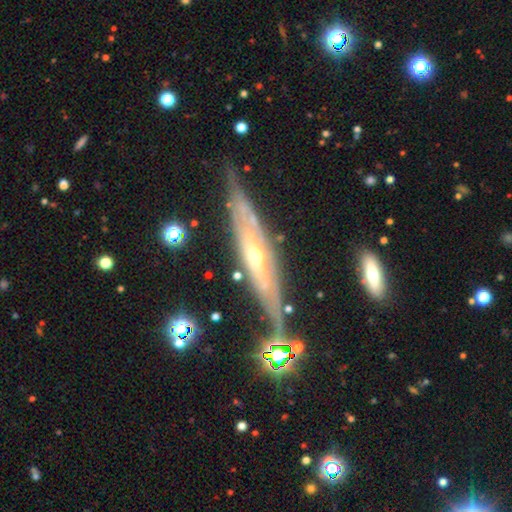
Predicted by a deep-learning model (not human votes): smooth_or_featured: featured or disk (p=0.82) [alt: smooth p=0.12]
disk_edge_on: yes (p=0.62) [alt: no p=0.38]
edge_on_bulge: rounded (p=0.71) [alt: none p=0.24]
merging: none (p=0.65) [alt: minor disturbance p=0.21]